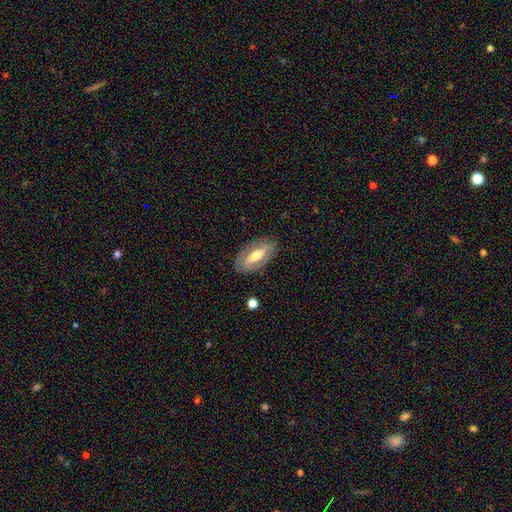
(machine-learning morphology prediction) featured or disk 55%, smooth 39%, star or artifact 6%. Down the decision tree: edge-on disk — no (74%); merging — none (82%).